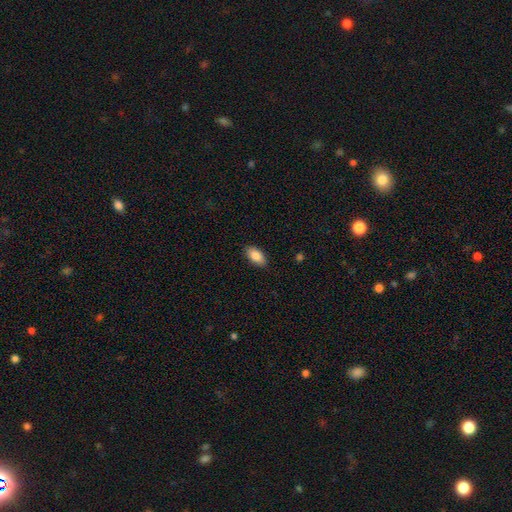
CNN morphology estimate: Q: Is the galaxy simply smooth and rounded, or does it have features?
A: smooth — 86%.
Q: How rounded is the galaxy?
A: in between — 93%.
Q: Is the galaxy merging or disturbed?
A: none — 88%.